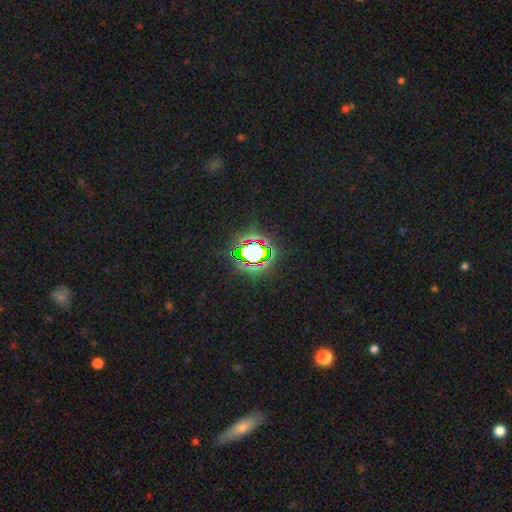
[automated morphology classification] A star or artifact, not a galaxy (69%).